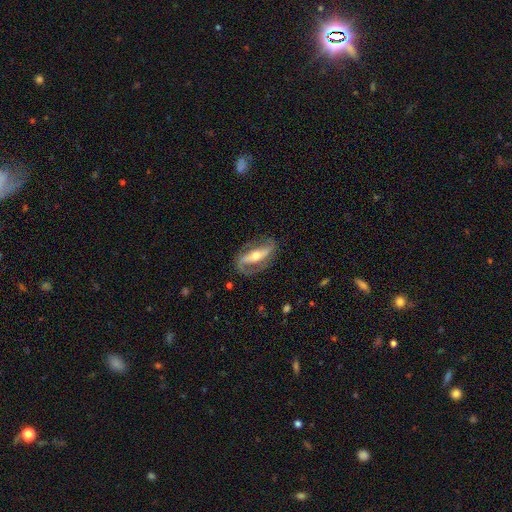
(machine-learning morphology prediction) type=featured or disk (82%); edge-on=no (83%); bar=strong (61%); spiral arms=yes (86%); winding=medium (40%); arm count=2 (86%); bulge=moderate (64%); merging=none (76%).